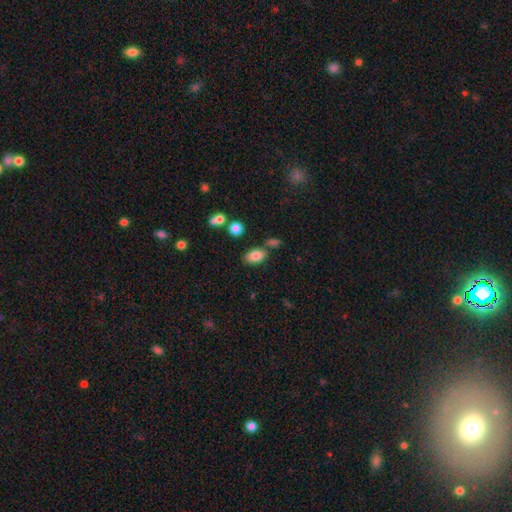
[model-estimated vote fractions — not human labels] The model was most divided on "merging": none: 72%, minor disturbance: 13%, merger: 11%, major disturbance: 4%. More confident: how rounded — in between (89%); smooth or featured — smooth (83%).